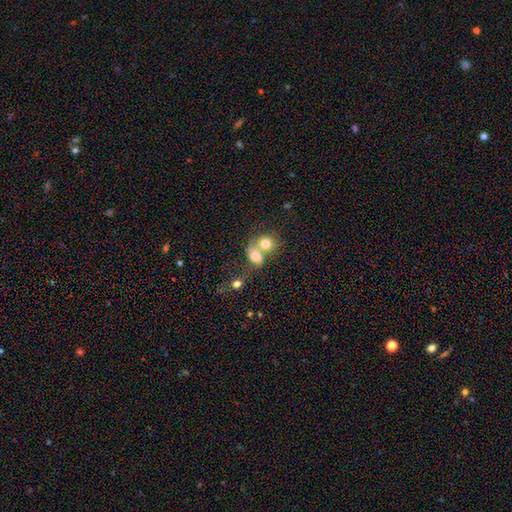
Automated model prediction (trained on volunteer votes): Smooth or featured? smooth (69%)
How rounded? round (58%)
Merging? merger (72%)